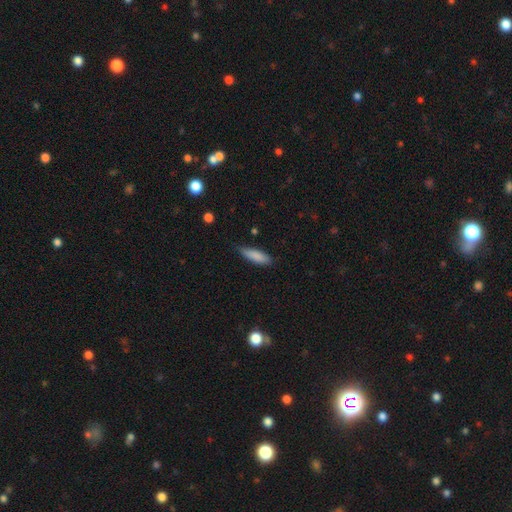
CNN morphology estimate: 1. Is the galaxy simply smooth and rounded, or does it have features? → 85% smooth, 8% featured or disk, 6% star or artifact.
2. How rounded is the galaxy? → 52% cigar-shaped, 46% in between, 2% round.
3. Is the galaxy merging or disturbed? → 71% none, 24% minor disturbance, 3% major disturbance, 2% merger.